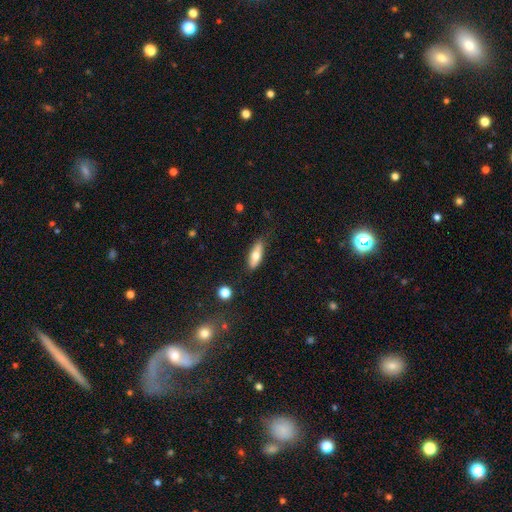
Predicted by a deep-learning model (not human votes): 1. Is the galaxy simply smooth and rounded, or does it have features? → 68% smooth, 26% featured or disk, 6% star or artifact.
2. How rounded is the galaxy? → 58% in between, 39% cigar-shaped, 3% round.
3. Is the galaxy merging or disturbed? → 79% none, 16% minor disturbance, 3% major disturbance, 2% merger.